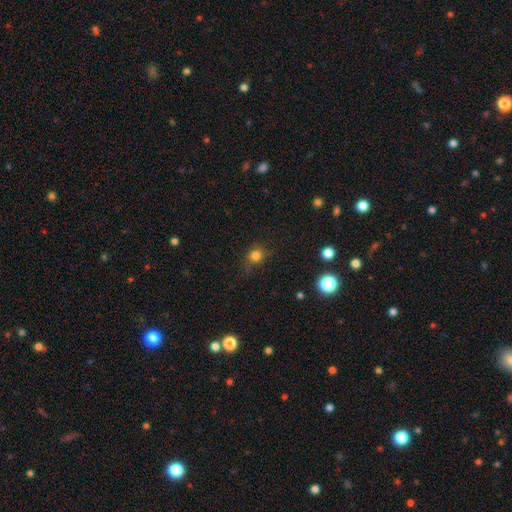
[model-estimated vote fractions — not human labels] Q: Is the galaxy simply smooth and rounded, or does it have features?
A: smooth — 79%.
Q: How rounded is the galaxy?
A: round — 81%.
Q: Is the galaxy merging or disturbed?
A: none — 71%.